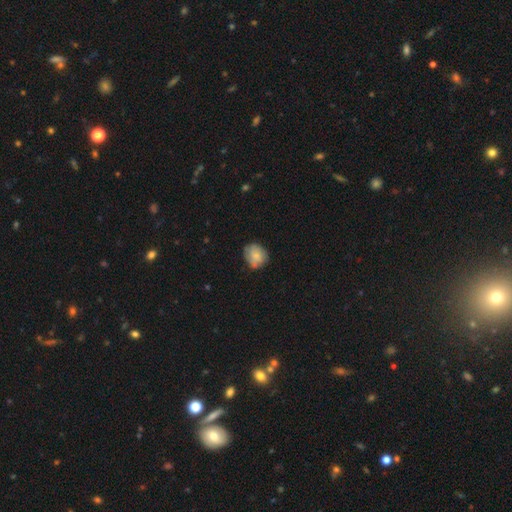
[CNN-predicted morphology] Smooth or featured? smooth (77%)
How rounded? round (63%)
Merging? none (67%)